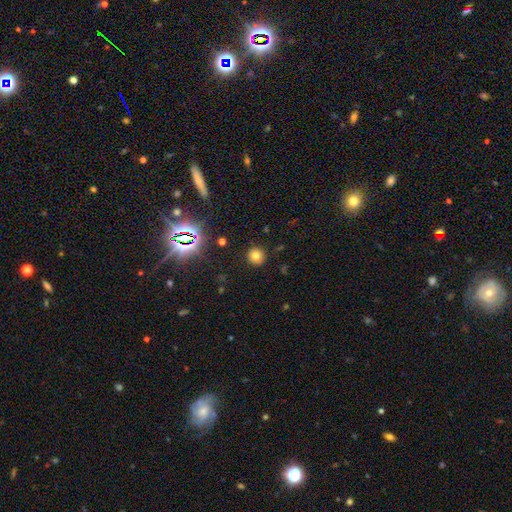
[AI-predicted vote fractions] Q: Smooth or featured?
A: smooth (72%); runner-up: star or artifact (19%)
Q: How rounded?
A: round (92%); runner-up: in between (7%)
Q: Merging?
A: none (90%); runner-up: minor disturbance (6%)